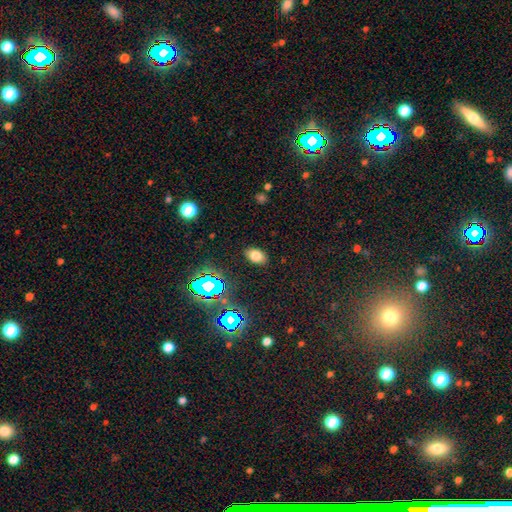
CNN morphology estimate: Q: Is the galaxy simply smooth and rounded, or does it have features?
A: smooth — 73%.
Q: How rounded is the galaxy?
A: in between — 88%.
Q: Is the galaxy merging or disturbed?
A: none — 87%.